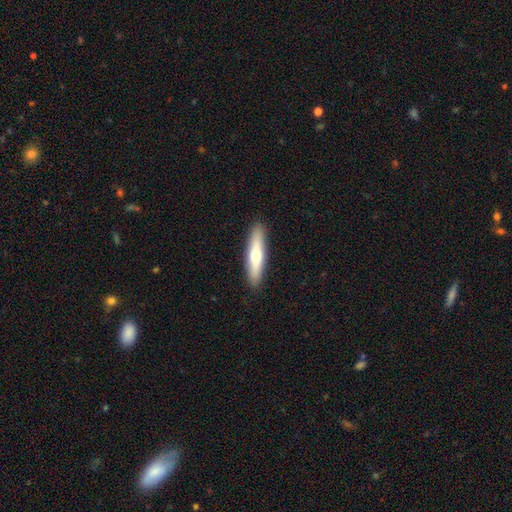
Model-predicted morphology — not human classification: type=smooth (57%); roundness=cigar-shaped (81%); merging=none (91%).